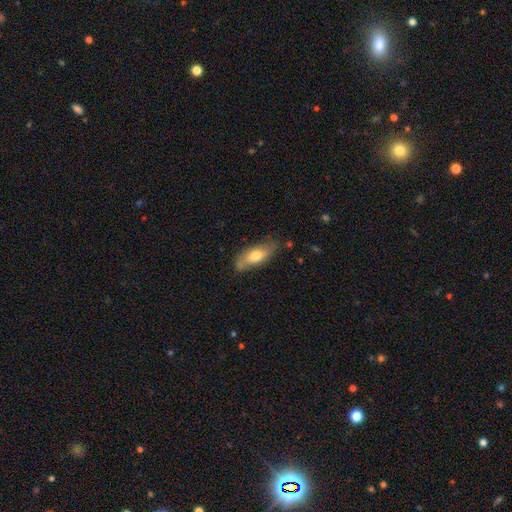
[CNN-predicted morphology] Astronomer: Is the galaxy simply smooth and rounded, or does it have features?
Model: smooth — 65%.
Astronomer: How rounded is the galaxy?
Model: in between — 73%.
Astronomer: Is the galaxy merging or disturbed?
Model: none — 69%.